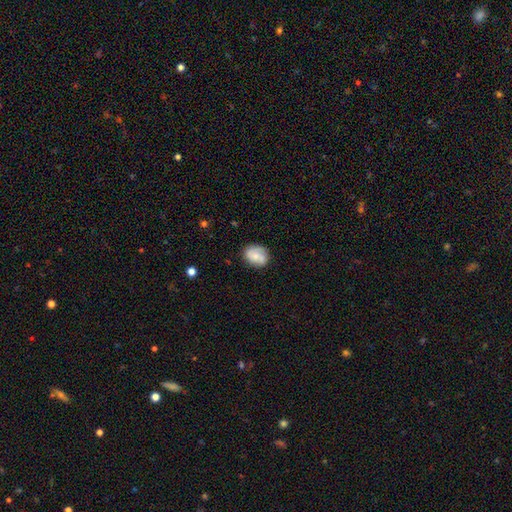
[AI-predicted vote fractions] This appears to be a smooth galaxy with no disk features (61%) that is round (51%). Merging: none (73%).